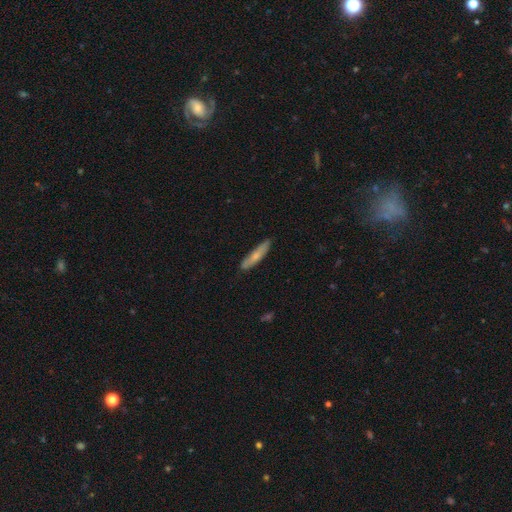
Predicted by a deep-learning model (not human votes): Q: Smooth or featured?
A: smooth (64%); runner-up: featured or disk (30%)
Q: How rounded?
A: cigar-shaped (86%); runner-up: in between (12%)
Q: Merging?
A: none (84%); runner-up: minor disturbance (13%)